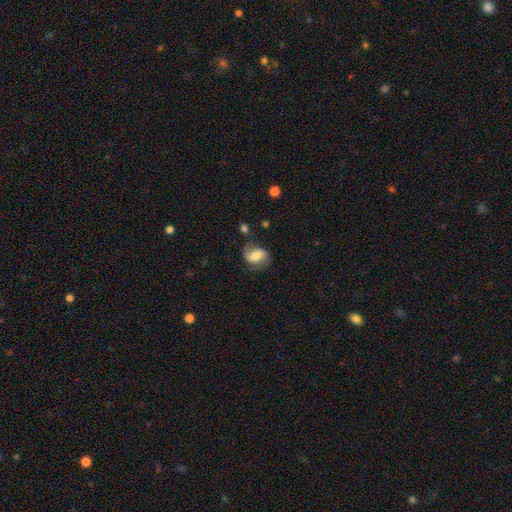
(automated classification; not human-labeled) The model was most divided on "smooth or featured": smooth: 47%, featured or disk: 44%, star or artifact: 9%. More confident: merging — none (61%).